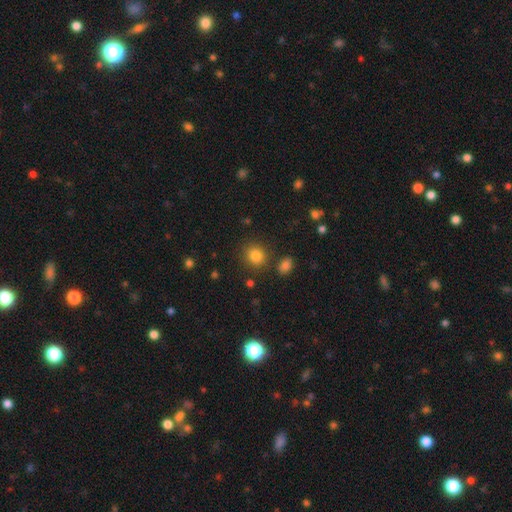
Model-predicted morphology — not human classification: Smooth or featured? Predicted: smooth (p=0.83). How rounded? Predicted: round (p=0.84). Merging? Predicted: none (p=0.85).